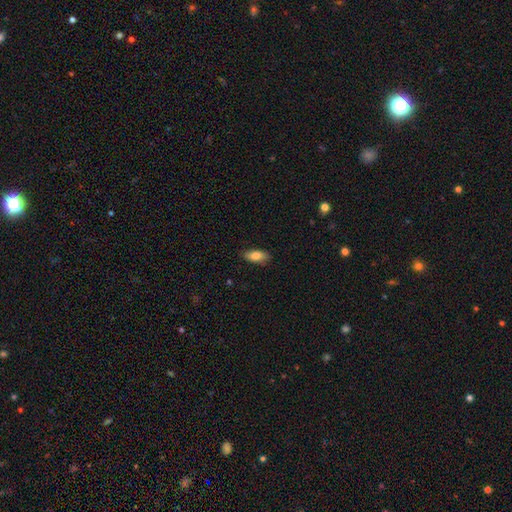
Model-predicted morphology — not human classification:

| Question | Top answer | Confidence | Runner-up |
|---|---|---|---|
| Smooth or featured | smooth | 82% | featured or disk (11%) |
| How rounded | in between | 85% | cigar-shaped (12%) |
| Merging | none | 83% | minor disturbance (13%) |